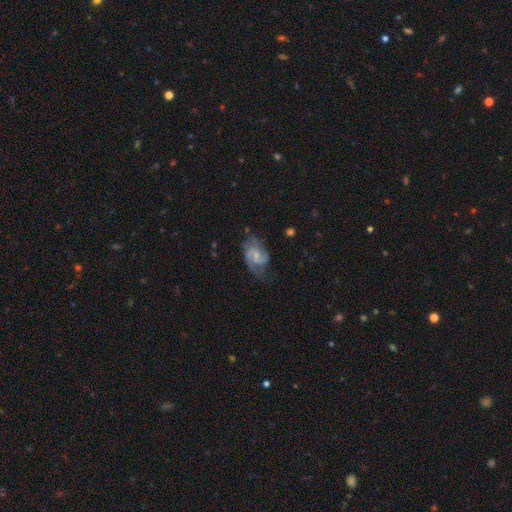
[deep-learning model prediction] Smooth or featured? featured or disk (81%)
Edge-on disk? no (98%)
Bar? weak (56%)
Spiral arms? yes (95%)
Spiral winding? medium (53%)
Spiral arm count? 2 (83%)
Bulge size? small (54%)
Merging? none (61%)